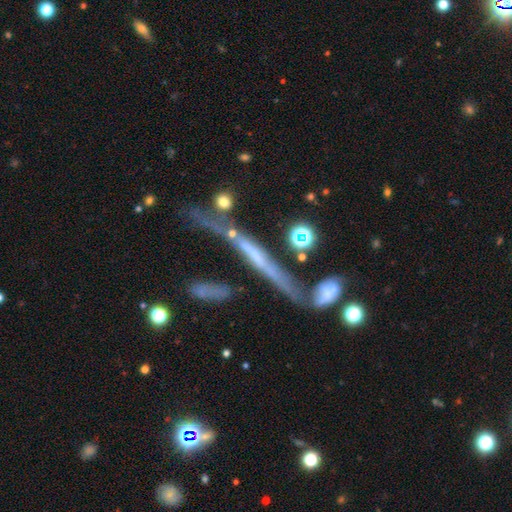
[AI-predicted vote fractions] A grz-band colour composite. It shows a featured or disk galaxy (66%) viewed edge-on (81%) with no central bulge (66%). Merging: none (50%).